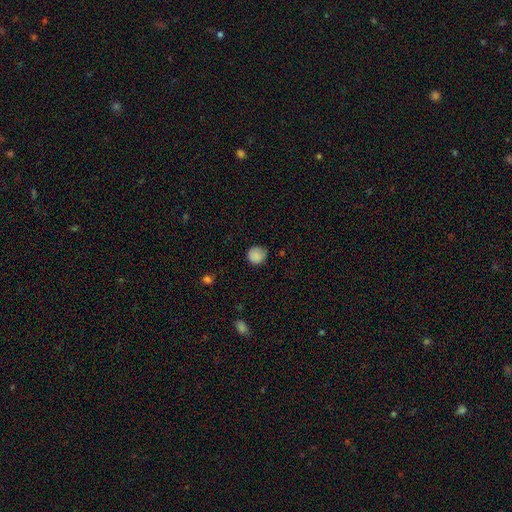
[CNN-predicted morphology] Smooth or featured? Predicted: smooth (p=0.86). How rounded? Predicted: round (p=0.91). Merging? Predicted: none (p=0.75).